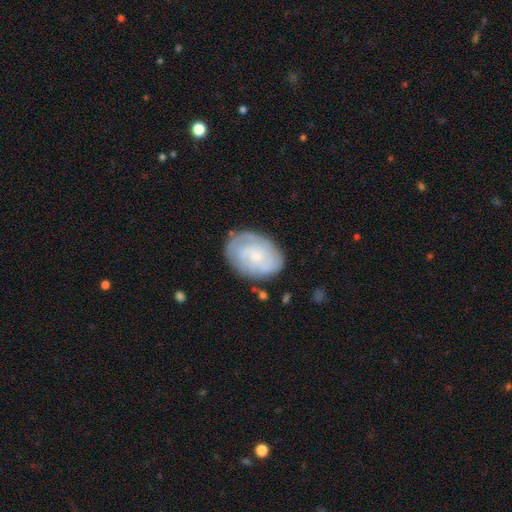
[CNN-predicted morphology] smooth-or-featured: featured or disk: 61% | smooth: 32% | star or artifact: 7%
  disk-edge-on: no: 96% | yes: 4%
    bar: no: 76% | weak: 21% | strong: 3%
    has-spiral-arms: yes: 84% | no: 16%
    bulge-size: small: 69% | moderate: 24% | none: 4% | large: 2% | dominant: 1%
  merging: none: 75% | minor disturbance: 18% | major disturbance: 5% | merger: 2%